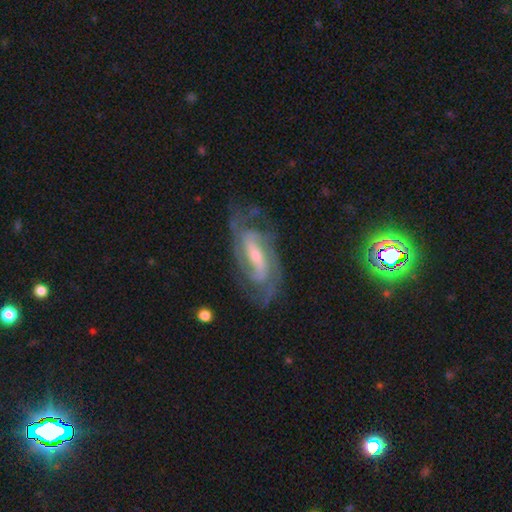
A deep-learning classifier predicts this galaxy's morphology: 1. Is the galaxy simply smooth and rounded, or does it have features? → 88% featured or disk, 7% smooth, 5% star or artifact.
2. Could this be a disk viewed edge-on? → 94% no, 6% yes.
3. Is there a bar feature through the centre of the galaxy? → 43% strong, 36% weak, 21% no.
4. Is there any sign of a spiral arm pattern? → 96% yes, 4% no.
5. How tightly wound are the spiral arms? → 44% tight (tied), 44% medium (tied), 12% loose.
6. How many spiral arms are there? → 59% 2, 16% 3, 14% can't tell, 5% 4, 3% 1, 3% more than 4.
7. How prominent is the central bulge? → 56% small, 35% moderate, 4% large, 3% none, 1% dominant.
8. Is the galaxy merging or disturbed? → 72% none, 17% minor disturbance, 9% major disturbance, 2% merger.